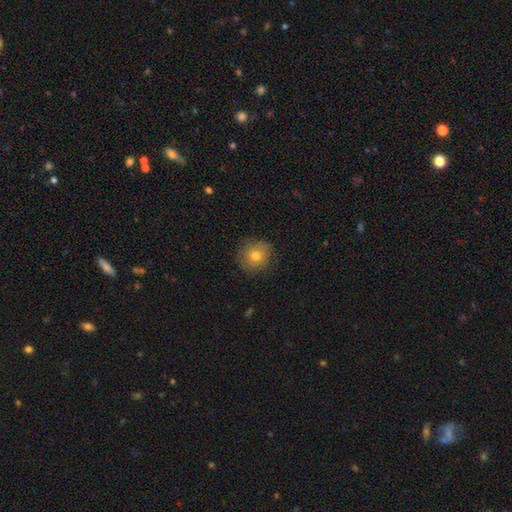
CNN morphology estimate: smooth-or-featured: smooth: 75% | featured or disk: 14% | star or artifact: 10%
  how-rounded: round: 89% | in between: 10% | cigar-shaped: 1%
  merging: none: 84% | minor disturbance: 11% | major disturbance: 3% | merger: 1%